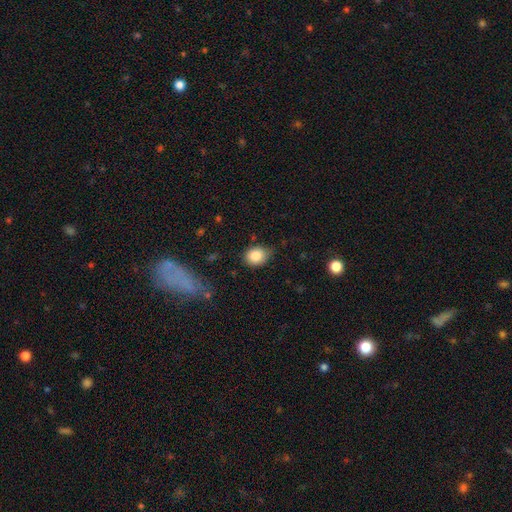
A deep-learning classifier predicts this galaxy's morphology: Smooth or featured? smooth (83%)
How rounded? round (54%)
Merging? none (73%)